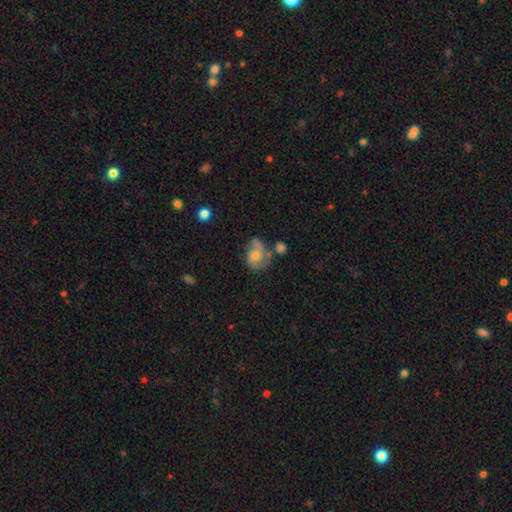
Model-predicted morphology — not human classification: A featured or disk galaxy (48%).

Vote fractions:
- Smooth or featured? featured or disk: 48% / smooth: 42% / star or artifact: 9%
- Merging? none: 39% / minor disturbance: 25% / merger: 18% / major disturbance: 18%